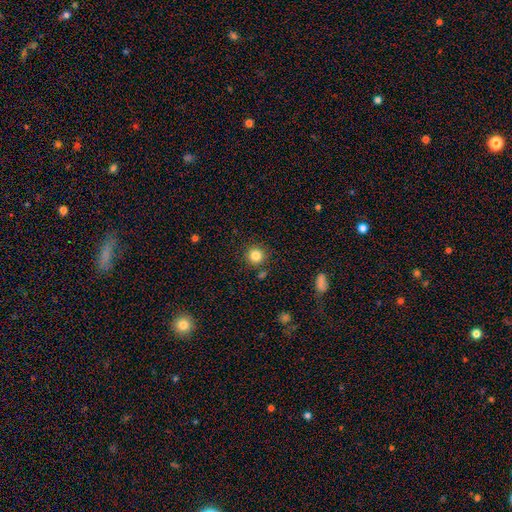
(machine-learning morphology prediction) The model was most divided on "smooth or featured": smooth: 83%, star or artifact: 11%, featured or disk: 5%. More confident: how rounded — round (93%); merging — none (85%).